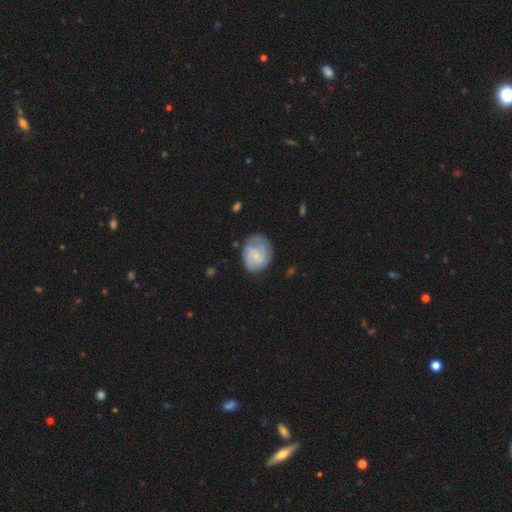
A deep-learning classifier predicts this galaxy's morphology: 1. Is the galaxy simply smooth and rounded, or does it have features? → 66% featured or disk, 29% smooth, 6% star or artifact.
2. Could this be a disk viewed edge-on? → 98% no, 2% yes.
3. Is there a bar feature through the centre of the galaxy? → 50% no, 43% weak, 6% strong.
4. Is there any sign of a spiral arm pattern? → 92% yes, 8% no.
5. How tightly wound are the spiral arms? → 47% tight, 40% medium, 13% loose.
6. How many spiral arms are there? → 50% 2, 22% can't tell, 17% 3, 5% 1, 3% 4, 3% more than 4.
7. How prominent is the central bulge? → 64% small, 18% moderate, 16% none, 2% large, 1% dominant.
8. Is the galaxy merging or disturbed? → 69% none, 21% minor disturbance, 8% major disturbance, 2% merger.